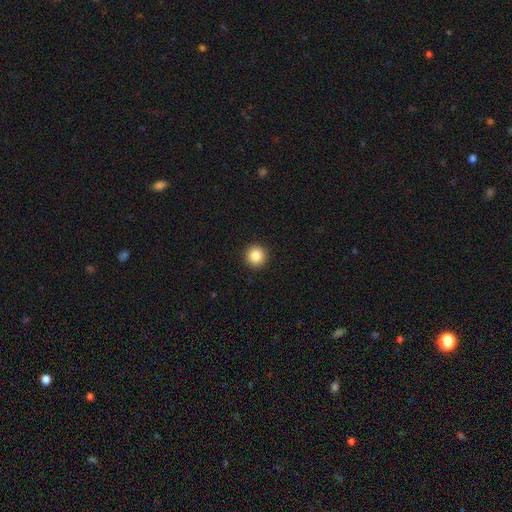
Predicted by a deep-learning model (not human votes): Smooth or featured?
  - smooth: 85% *
  - star or artifact: 10%
  - featured or disk: 5%
How rounded?
  - round: 96% *
  - in between: 3%
  - cigar-shaped: 1%
Merging?
  - none: 93% *
  - minor disturbance: 4%
  - major disturbance: 2%
  - merger: 1%